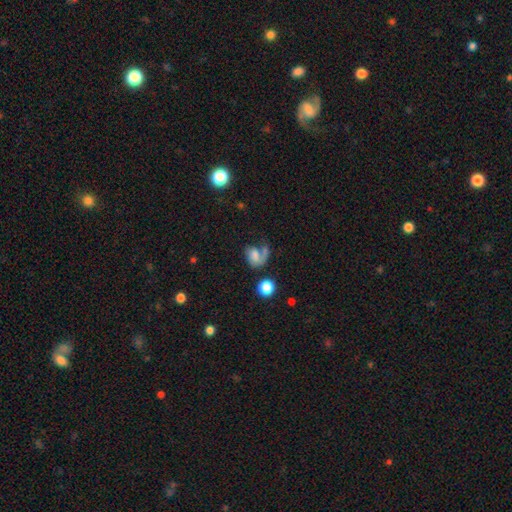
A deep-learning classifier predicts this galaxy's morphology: A smooth galaxy with no disk features (48%). Merging: none (31%, tied with major disturbance).